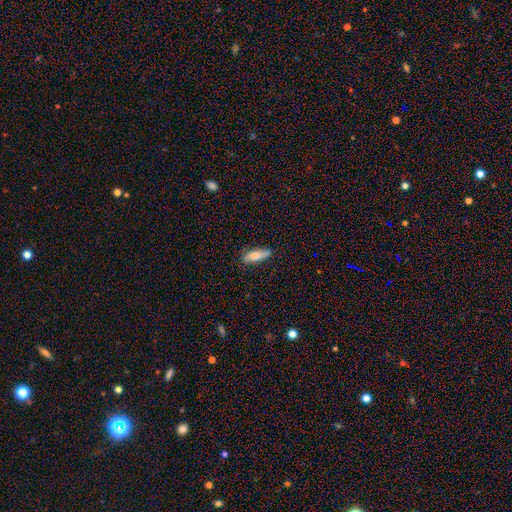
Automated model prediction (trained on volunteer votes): Morphology: type=smooth (74%); roundness=cigar-shaped (50%); merging=none (74%).